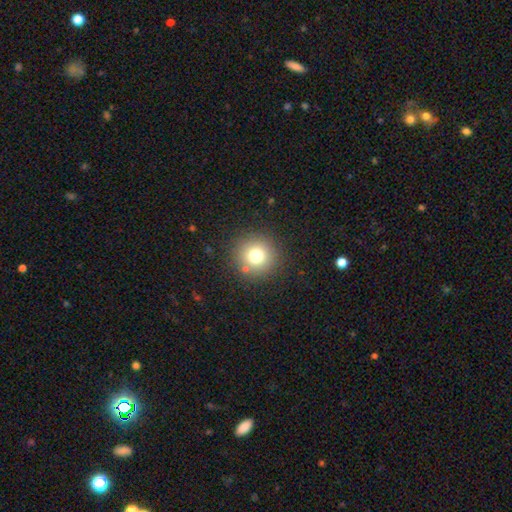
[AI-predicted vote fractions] Smooth or featured? Predicted: smooth (p=0.74). How rounded? Predicted: round (p=0.94). Merging? Predicted: none (p=0.87).